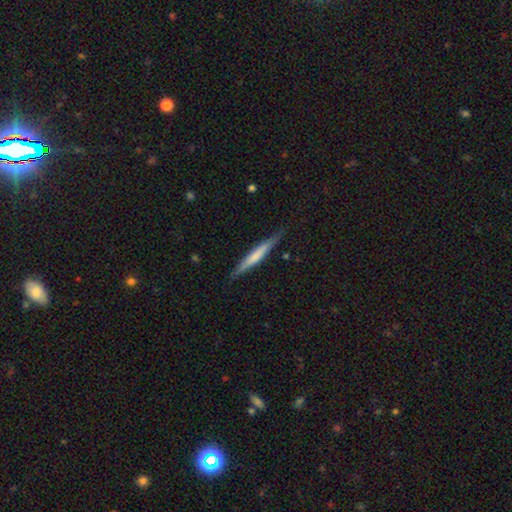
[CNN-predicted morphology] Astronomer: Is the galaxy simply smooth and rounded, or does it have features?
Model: smooth — 52% (runner-up: featured or disk, 43%).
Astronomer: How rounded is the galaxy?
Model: cigar-shaped — 95%.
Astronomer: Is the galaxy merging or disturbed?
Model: none — 86%.